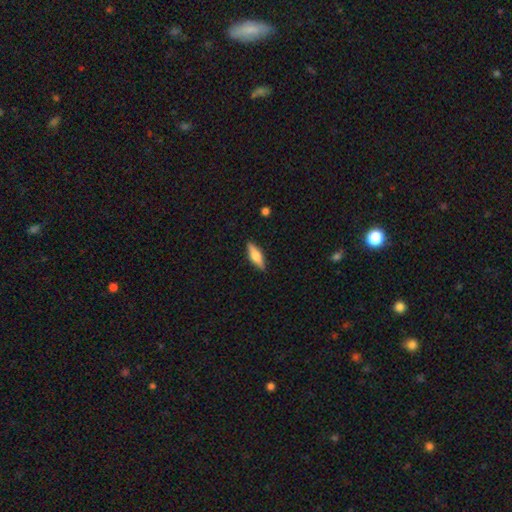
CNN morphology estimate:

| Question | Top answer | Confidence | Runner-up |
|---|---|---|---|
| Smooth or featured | smooth | 51% | featured or disk (42%) |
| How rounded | cigar-shaped | 53% | in between (45%) |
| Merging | none | 88% | minor disturbance (9%) |